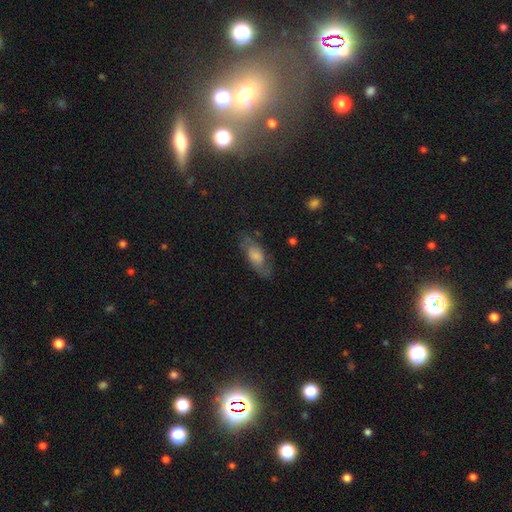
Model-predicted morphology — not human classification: Smooth or featured? smooth (47%)
Merging? none (67%)